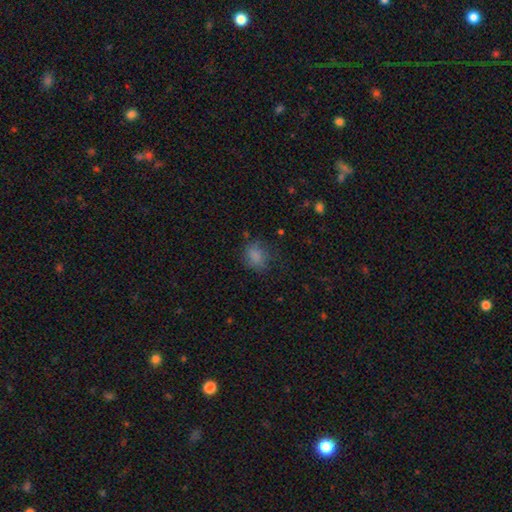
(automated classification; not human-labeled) Q: Smooth or featured?
A: smooth (78%); runner-up: star or artifact (13%)
Q: How rounded?
A: round (58%); runner-up: in between (41%)
Q: Merging?
A: none (67%); runner-up: minor disturbance (21%)